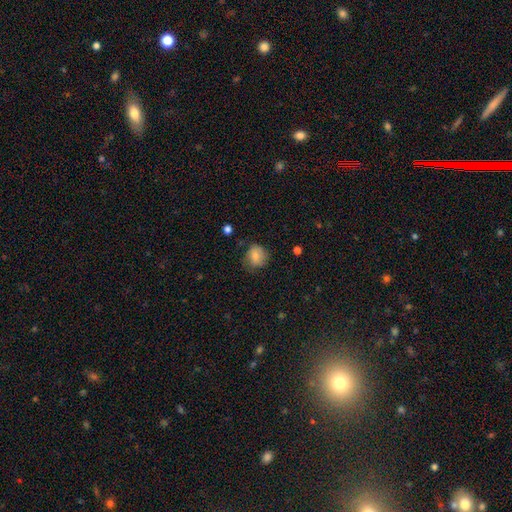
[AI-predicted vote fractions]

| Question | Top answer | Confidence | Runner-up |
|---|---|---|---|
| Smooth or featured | smooth | 77% | featured or disk (14%) |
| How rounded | round | 75% | in between (24%) |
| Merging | none | 66% | minor disturbance (25%) |